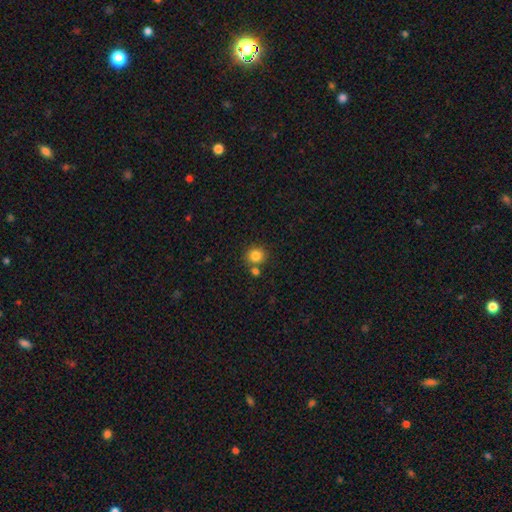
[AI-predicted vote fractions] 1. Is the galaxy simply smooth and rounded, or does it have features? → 83% smooth, 11% star or artifact, 6% featured or disk.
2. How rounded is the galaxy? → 90% round, 9% in between, 1% cigar-shaped.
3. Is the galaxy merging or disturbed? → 72% none, 17% merger, 9% minor disturbance, 3% major disturbance.